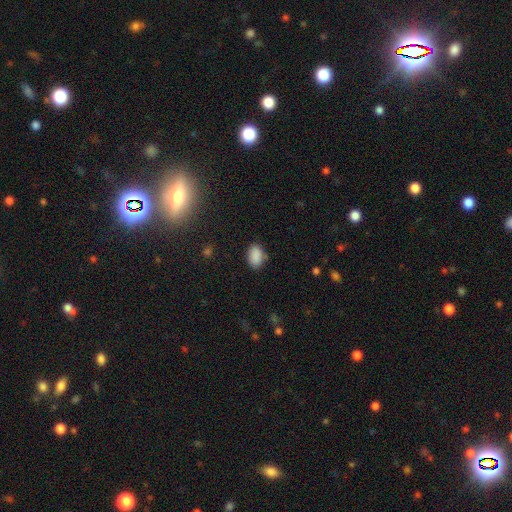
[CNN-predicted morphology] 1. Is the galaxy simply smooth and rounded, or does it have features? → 87% smooth, 9% star or artifact, 4% featured or disk.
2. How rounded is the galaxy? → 87% in between, 12% round, 1% cigar-shaped.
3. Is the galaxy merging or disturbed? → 80% none, 15% minor disturbance, 3% major disturbance, 2% merger.